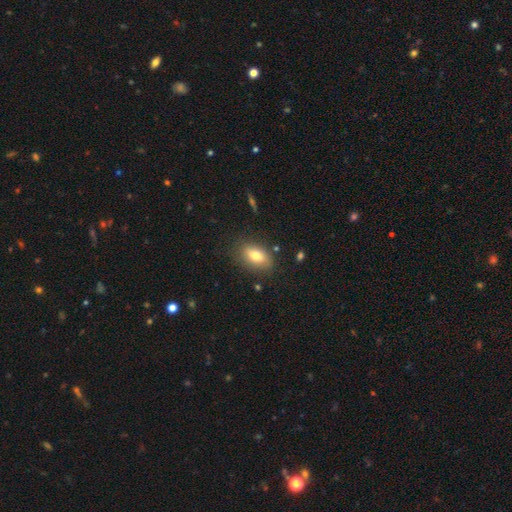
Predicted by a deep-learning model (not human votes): Q: Smooth or featured?
A: smooth (77%); runner-up: featured or disk (15%)
Q: How rounded?
A: in between (87%); runner-up: round (8%)
Q: Merging?
A: none (80%); runner-up: minor disturbance (14%)